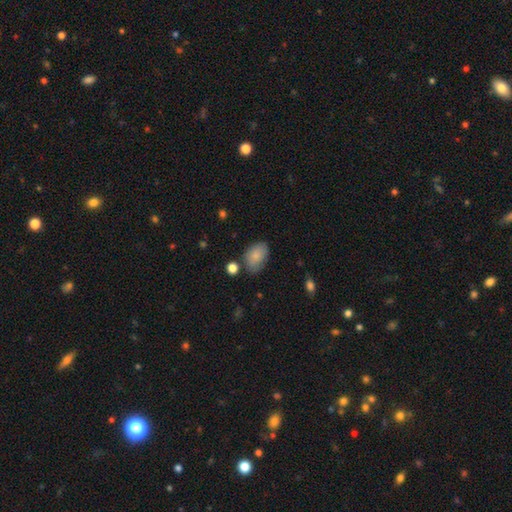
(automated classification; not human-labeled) Morphology: type=smooth (83%); roundness=in between (88%); merging=none (69%).